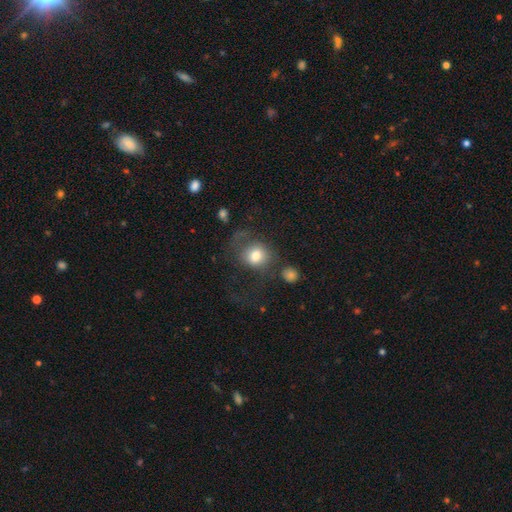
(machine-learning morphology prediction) A smooth galaxy with no disk features (74%) that is round (71%). Merging: none (39%).